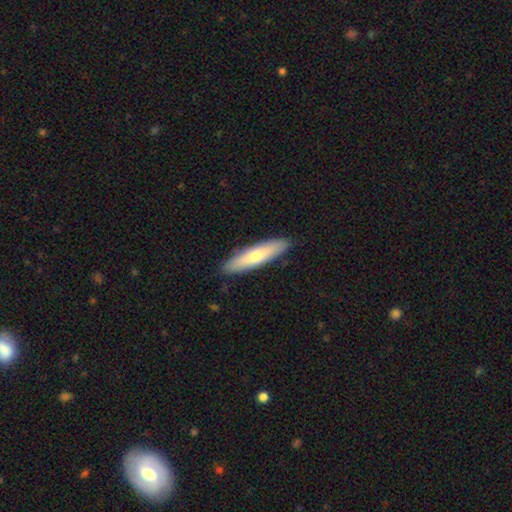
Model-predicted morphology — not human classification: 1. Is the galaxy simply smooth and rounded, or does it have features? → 61% smooth, 33% featured or disk, 6% star or artifact.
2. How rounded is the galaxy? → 80% cigar-shaped, 18% in between, 2% round.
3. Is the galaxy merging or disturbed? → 90% none, 7% minor disturbance, 1% major disturbance, 1% merger.